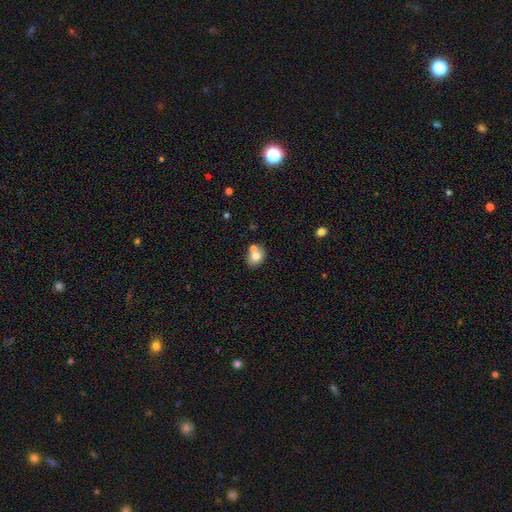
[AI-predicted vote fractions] A smooth galaxy with no disk features (72%) that is in between round and cigar-shaped (54%).

Vote fractions:
- Smooth or featured? smooth: 72% / featured or disk: 18% / star or artifact: 10%
- How rounded? in between: 54% / round: 45% / cigar-shaped: 1%
- Merging? none: 52% / merger: 34% / minor disturbance: 11% / major disturbance: 3%